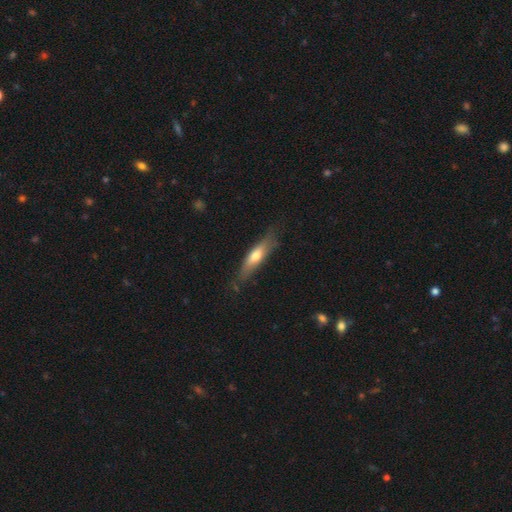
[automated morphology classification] smooth-or-featured: smooth: 55% | featured or disk: 39% | star or artifact: 6%
  how-rounded: cigar-shaped: 70% | in between: 29% | round: 2%
  merging: none: 75% | minor disturbance: 19% | major disturbance: 4% | merger: 2%